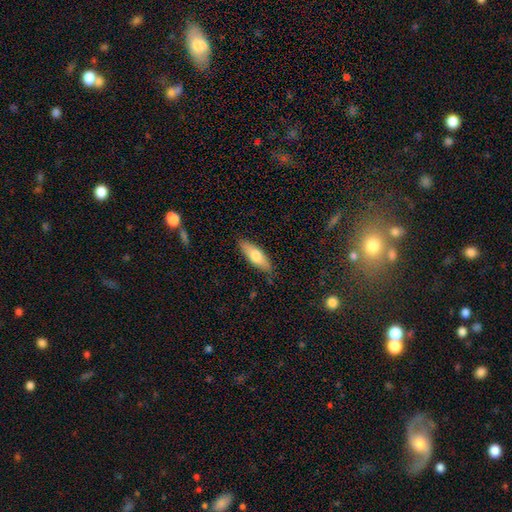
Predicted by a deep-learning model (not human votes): smooth 70%, featured or disk 24%, star or artifact 6%. Down the decision tree: how rounded — in between (58%); merging — none (85%).